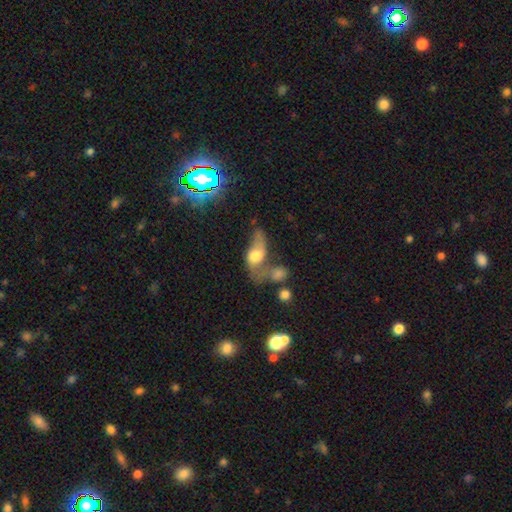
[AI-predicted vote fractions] A smooth galaxy with no disk features (46%).

Vote fractions:
- Smooth or featured? smooth: 46% / featured or disk: 44% / star or artifact: 10%
- Merging? merger: 39% / major disturbance: 26% / none: 20% / minor disturbance: 16%